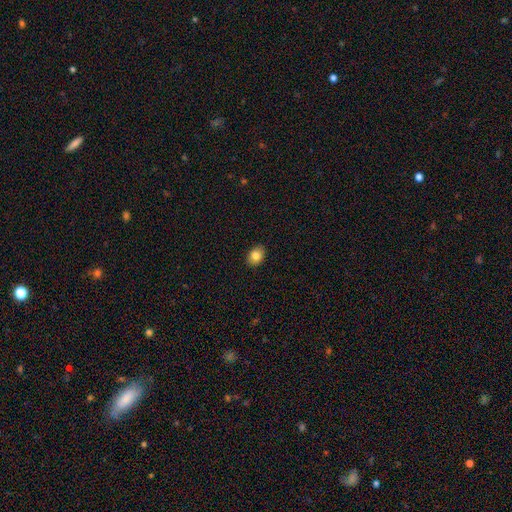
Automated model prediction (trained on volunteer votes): This is clearly a smooth galaxy (83%). How rounded: likely in between (69%). Merging: clearly none (89%).